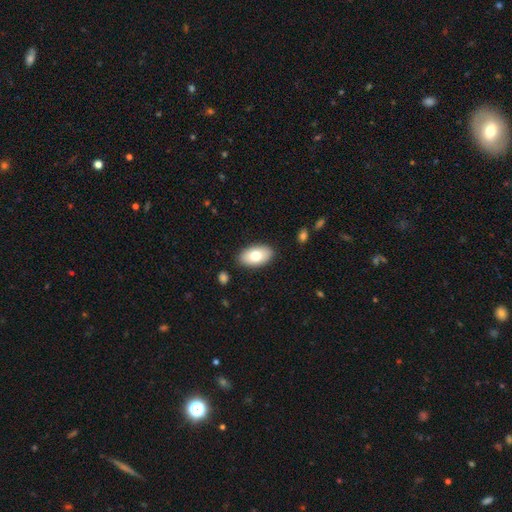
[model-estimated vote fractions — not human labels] This is likely a smooth galaxy (75%). How rounded: clearly in between (94%). Merging: clearly none (87%).